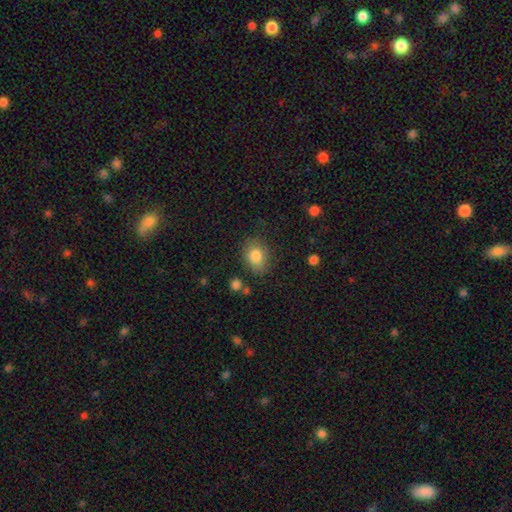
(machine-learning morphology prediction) A smooth galaxy with no disk features (84%) that is in between round and cigar-shaped (61%). Merging: none (75%).